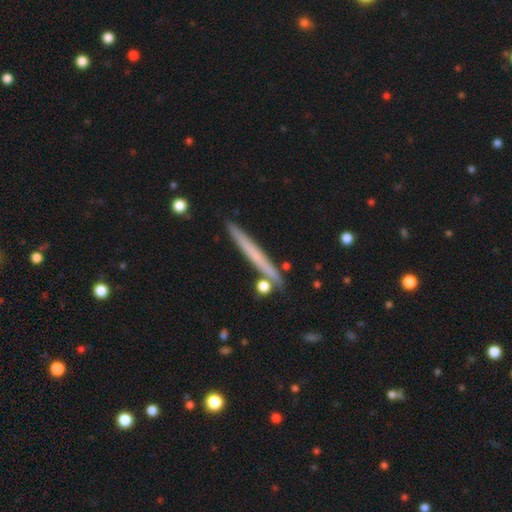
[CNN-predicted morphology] The model was most divided on "smooth or featured": smooth: 53%, featured or disk: 40%, star or artifact: 7%. More confident: how rounded — cigar-shaped (97%); merging — none (87%).